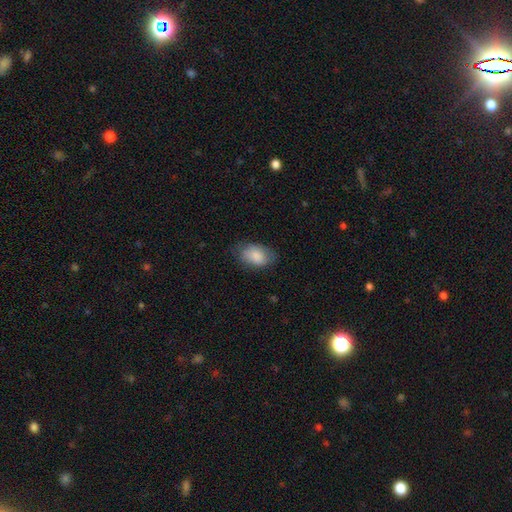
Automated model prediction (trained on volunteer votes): smooth 85%, featured or disk 9%, star or artifact 7%. Down the decision tree: how rounded — in between (88%); merging — none (71%).